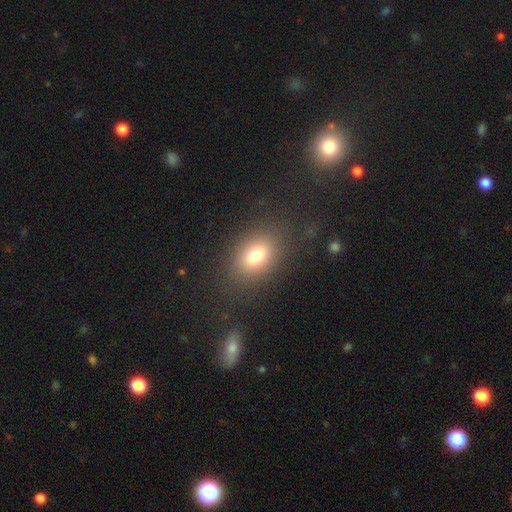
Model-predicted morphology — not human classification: A smooth galaxy with no disk features (77%) that is in between round and cigar-shaped (71%).

Vote fractions:
- Smooth or featured? smooth: 77% / star or artifact: 13% / featured or disk: 11%
- How rounded? in between: 71% / round: 28% / cigar-shaped: 2%
- Merging? none: 81% / minor disturbance: 10% / major disturbance: 7% / merger: 2%